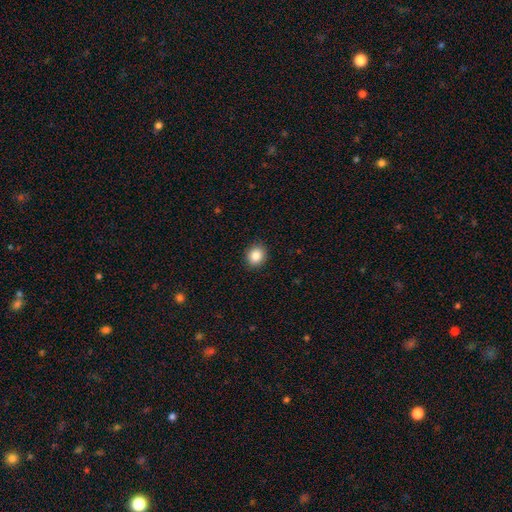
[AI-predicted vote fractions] Q: Smooth or featured?
A: smooth (86%); runner-up: star or artifact (9%)
Q: How rounded?
A: round (72%); runner-up: in between (27%)
Q: Merging?
A: none (91%); runner-up: minor disturbance (6%)